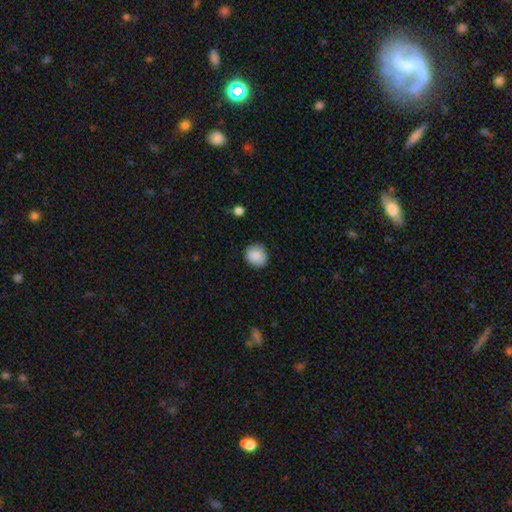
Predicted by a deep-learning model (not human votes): A smooth galaxy with no disk features (88%) that is round (82%). Merging: none (86%).